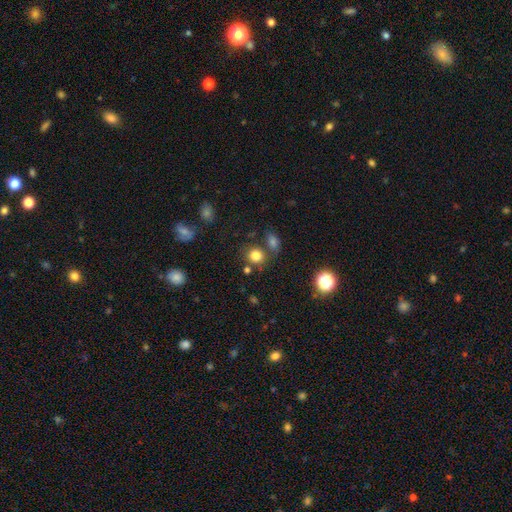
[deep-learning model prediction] A smooth galaxy with no disk features (80%) that is round (77%). Merging: none (68%).